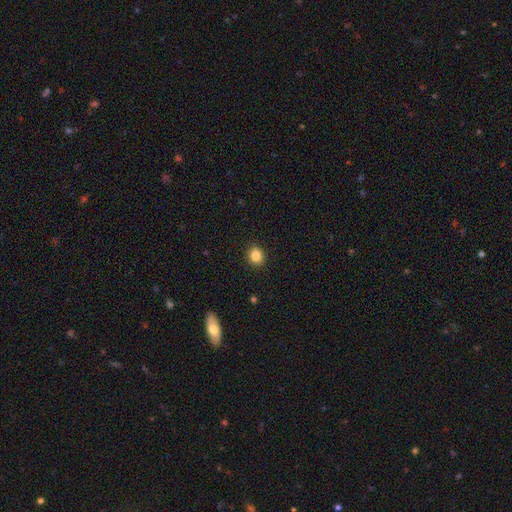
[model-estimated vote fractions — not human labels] A smooth galaxy with no disk features (86%) that is round (64%).

Vote fractions:
- Smooth or featured? smooth: 86% / star or artifact: 10% / featured or disk: 4%
- How rounded? round: 64% / in between: 35% / cigar-shaped: 1%
- Merging? none: 90% / minor disturbance: 7% / major disturbance: 2% / merger: 1%